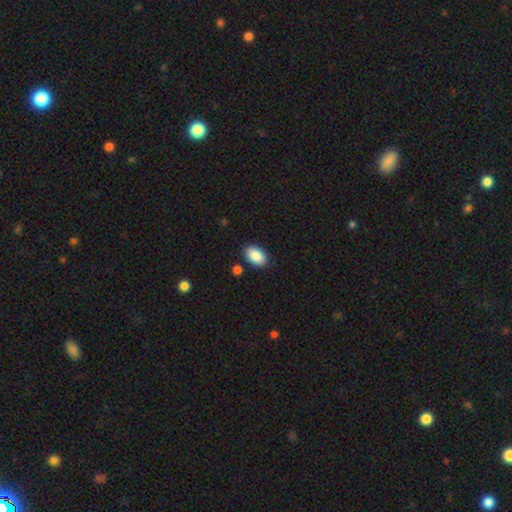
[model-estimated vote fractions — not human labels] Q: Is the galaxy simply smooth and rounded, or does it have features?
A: smooth — 89%.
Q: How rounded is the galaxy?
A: in between — 92%.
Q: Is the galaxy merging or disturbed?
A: none — 84%.